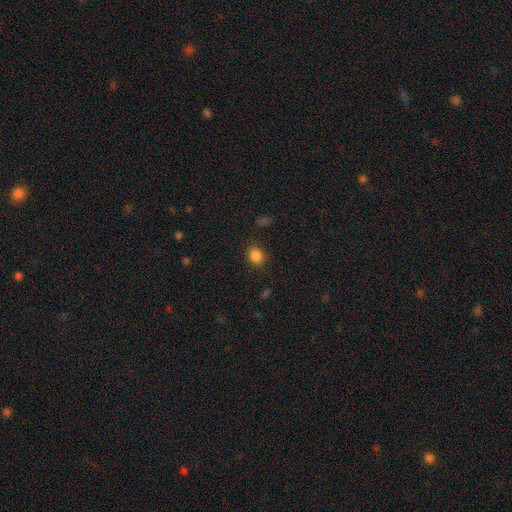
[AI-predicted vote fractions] smooth-or-featured: smooth: 84% | star or artifact: 11% | featured or disk: 4%
  how-rounded: round: 54% | in between: 45% | cigar-shaped: 1%
  merging: none: 84% | minor disturbance: 11% | major disturbance: 3% | merger: 2%